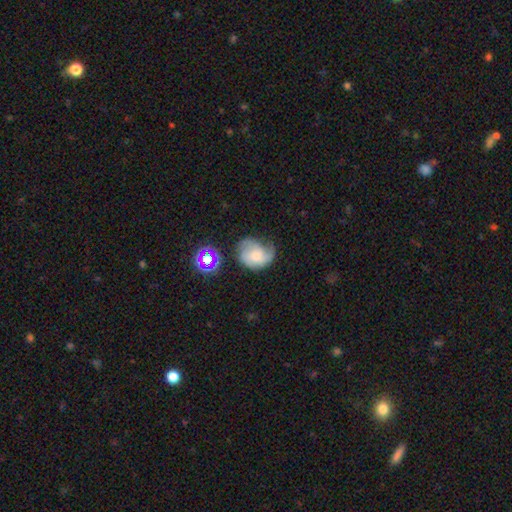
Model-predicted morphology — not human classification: type=featured or disk (47%); merging=none (36%).